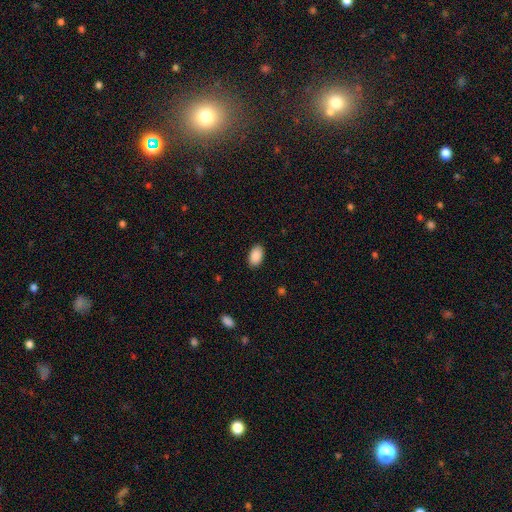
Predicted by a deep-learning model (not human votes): Q: Smooth or featured?
A: smooth (90%); runner-up: star or artifact (7%)
Q: How rounded?
A: in between (93%); runner-up: round (6%)
Q: Merging?
A: none (89%); runner-up: minor disturbance (8%)